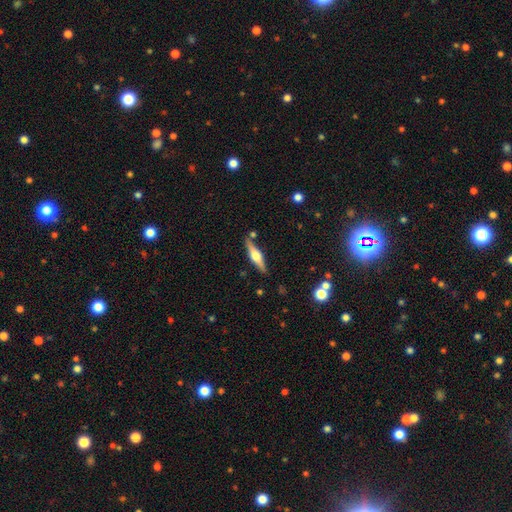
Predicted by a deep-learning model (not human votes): A featured or disk galaxy (68%) viewed edge-on (97%) with a rounded central bulge (91%). Merging: none (83%).